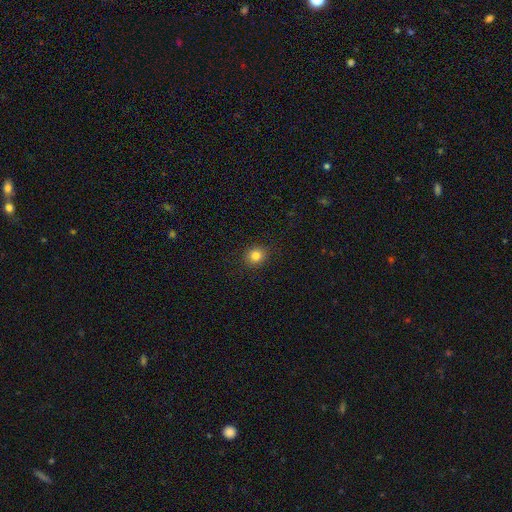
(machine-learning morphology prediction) type=smooth (83%); roundness=round (81%); merging=none (90%).